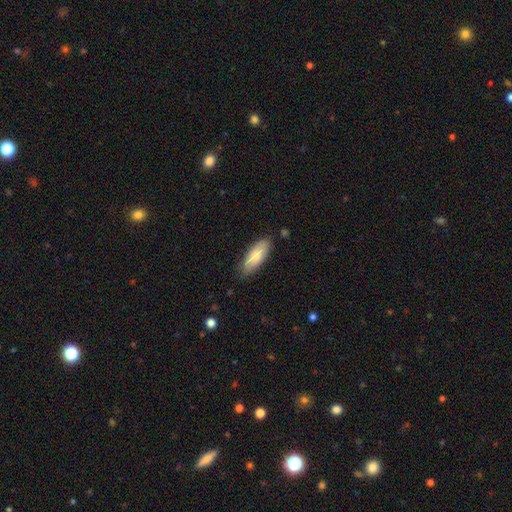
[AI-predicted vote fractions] Overall: smooth (76%). How rounded: in between (74%). Merging: none (79%).